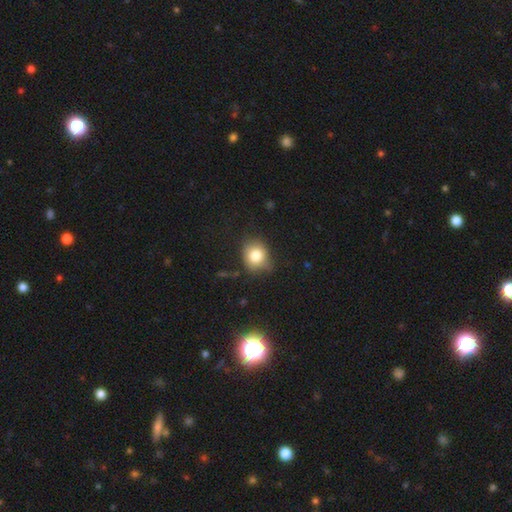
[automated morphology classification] This appears to be a smooth galaxy with no disk features (80%) that is round (68%). Merging: none (70%).